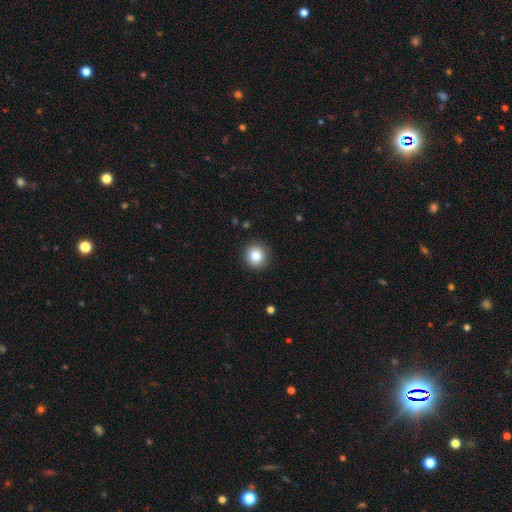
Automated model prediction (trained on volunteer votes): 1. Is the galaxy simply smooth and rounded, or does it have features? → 85% smooth, 10% star or artifact, 6% featured or disk.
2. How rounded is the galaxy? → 93% round, 6% in between, 1% cigar-shaped.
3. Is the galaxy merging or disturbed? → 90% none, 7% minor disturbance, 2% major disturbance, 1% merger.